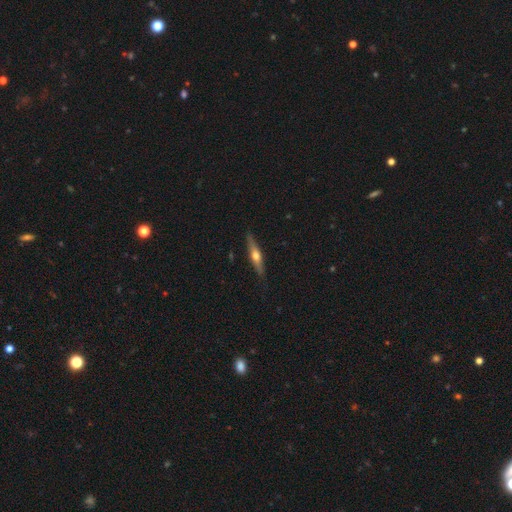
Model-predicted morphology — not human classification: Smooth or featured? Predicted: featured or disk (p=0.62). Edge-on disk? Predicted: yes (p=0.95). Edge-on bulge? Predicted: rounded (p=0.93). Merging? Predicted: none (p=0.88).